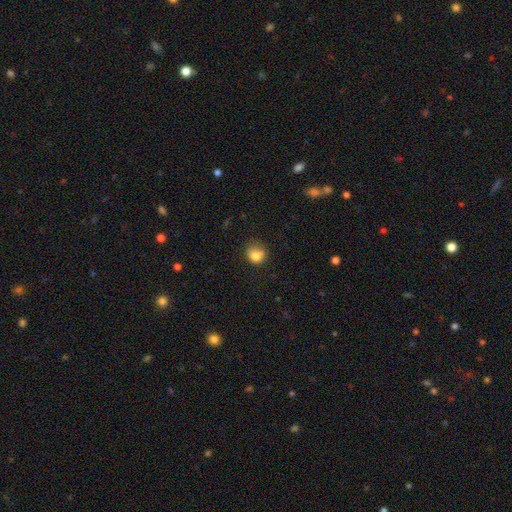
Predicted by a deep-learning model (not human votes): smooth-or-featured: smooth: 81% | star or artifact: 11% | featured or disk: 8%
  how-rounded: round: 73% | in between: 26% | cigar-shaped: 1%
  merging: none: 64% | minor disturbance: 25% | major disturbance: 8% | merger: 3%